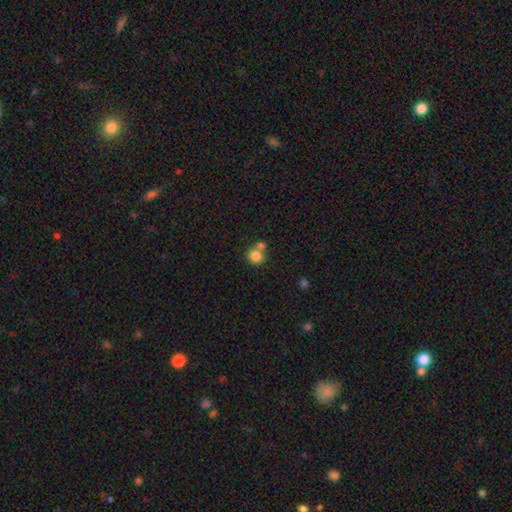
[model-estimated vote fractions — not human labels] smooth 83%, star or artifact 10%, featured or disk 7%. Down the decision tree: how rounded — round (85%); merging — none (50%).